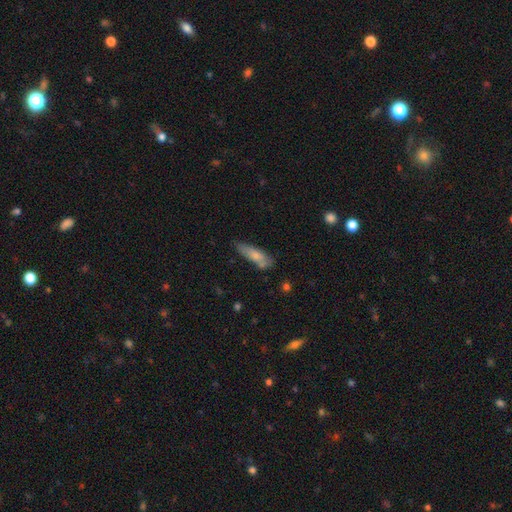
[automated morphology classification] The model was most divided on "how rounded": cigar-shaped: 59%, in between: 39%, round: 2%. More confident: smooth or featured — smooth (72%); merging — none (62%).